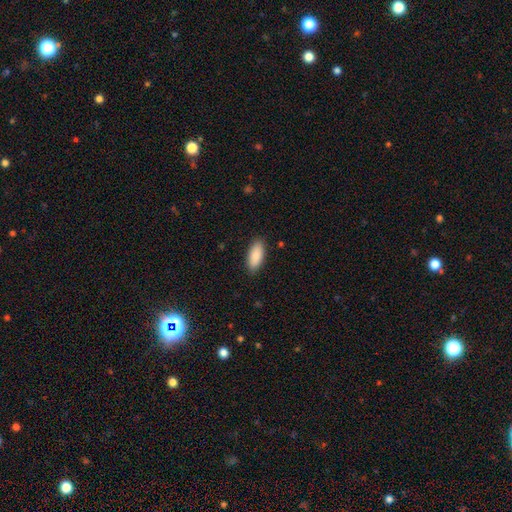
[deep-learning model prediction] A smooth galaxy with no disk features (89%) that is in between round and cigar-shaped (86%).

Vote fractions:
- Smooth or featured? smooth: 89% / star or artifact: 6% / featured or disk: 5%
- How rounded? in between: 86% / cigar-shaped: 12% / round: 2%
- Merging? none: 88% / minor disturbance: 9% / major disturbance: 2% / merger: 1%